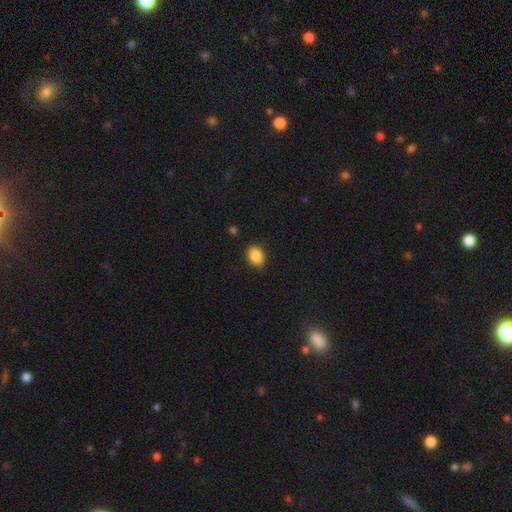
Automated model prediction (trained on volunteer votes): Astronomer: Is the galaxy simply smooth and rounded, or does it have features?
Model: smooth — 87%.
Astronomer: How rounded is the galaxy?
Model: in between — 78%.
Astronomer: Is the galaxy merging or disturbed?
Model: none — 86%.